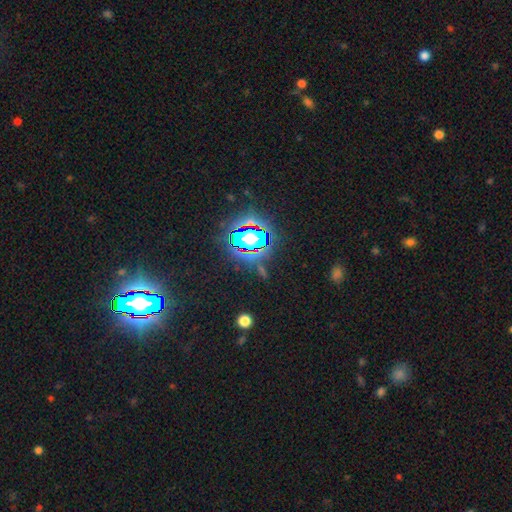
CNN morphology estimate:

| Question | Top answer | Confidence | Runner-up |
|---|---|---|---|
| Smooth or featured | star or artifact | 82% | smooth (10%) |